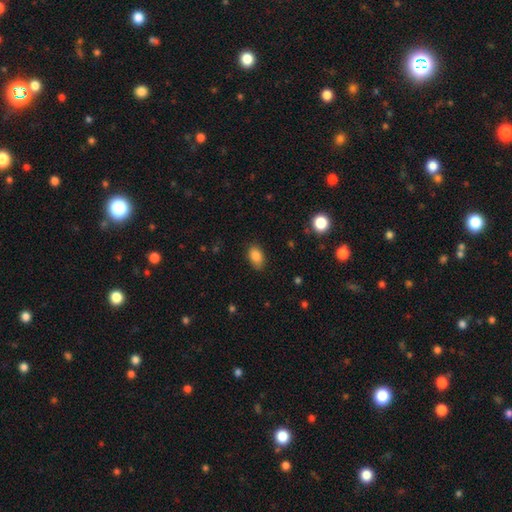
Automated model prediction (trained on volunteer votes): smooth 87%, star or artifact 8%, featured or disk 5%. Down the decision tree: how rounded — in between (90%); merging — none (80%).